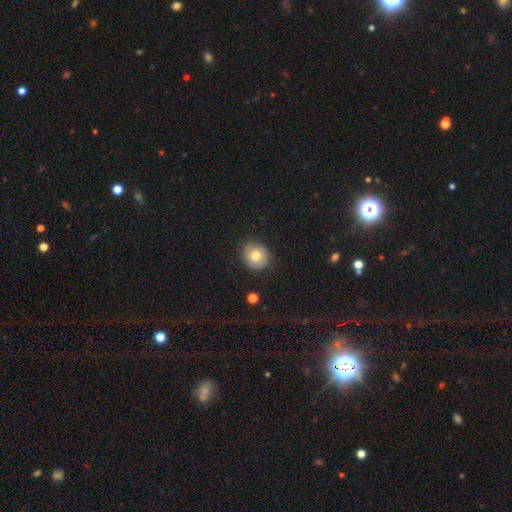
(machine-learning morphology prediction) type=smooth (66%); roundness=round (69%); merging=none (81%).